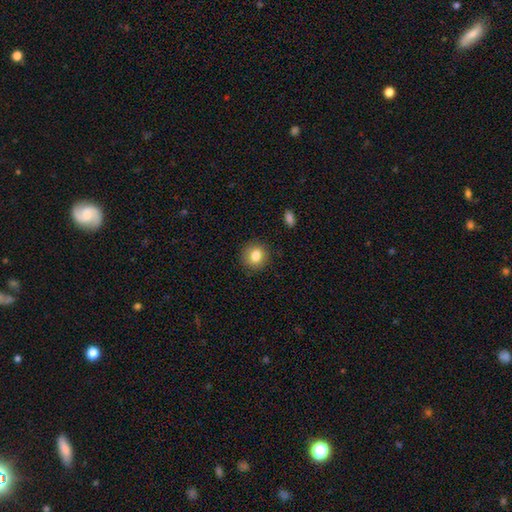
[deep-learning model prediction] The model was most divided on "how rounded": round: 83%, in between: 16%, cigar-shaped: 1%. More confident: merging — none (89%); smooth or featured — smooth (83%).